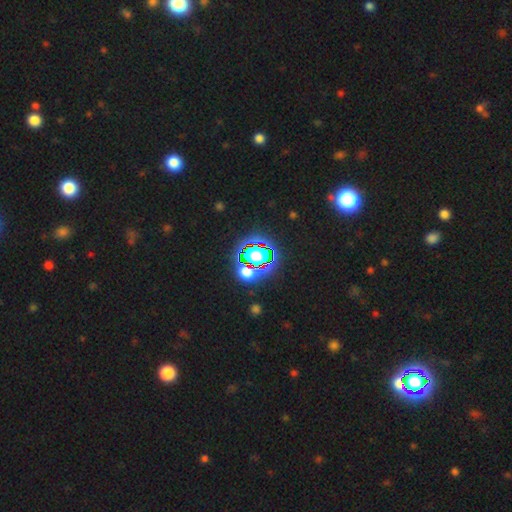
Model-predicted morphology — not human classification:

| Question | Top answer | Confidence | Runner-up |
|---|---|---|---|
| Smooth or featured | star or artifact | 66% | smooth (22%) |